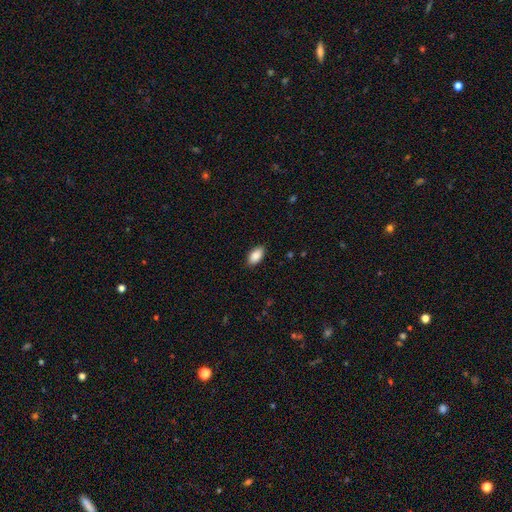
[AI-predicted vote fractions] smooth_or_featured: smooth (p=0.89) [alt: star or artifact p=0.07]
how_rounded: in between (p=0.94) [alt: round p=0.03]
merging: none (p=0.87) [alt: minor disturbance p=0.10]